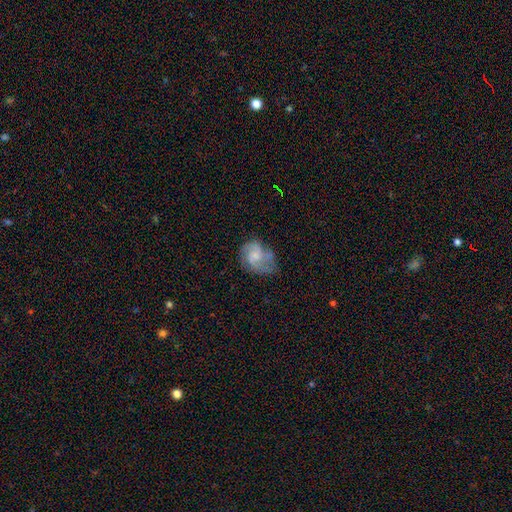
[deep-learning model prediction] The model was most divided on "bulge size": small: 47%, moderate: 33%, none: 16%, large: 3%, dominant: 1%. Remaining: edge-on disk — no (98%); spiral arms — yes (82%); bar — no (67%); smooth or featured — featured or disk (58%); merging — none (45%).